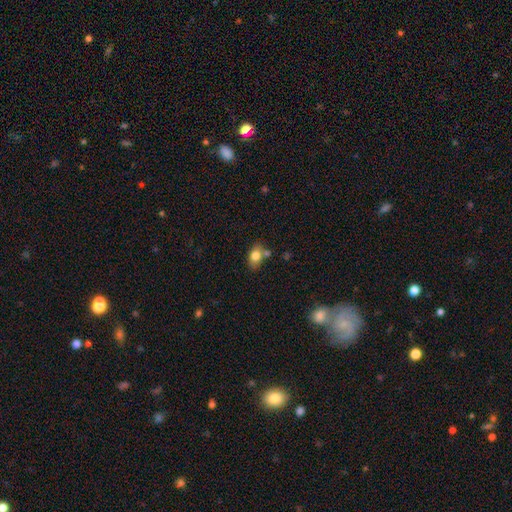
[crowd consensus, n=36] A smooth galaxy with no disk features (78%) that is in between round and cigar-shaped (79%). Merging: none (70%).